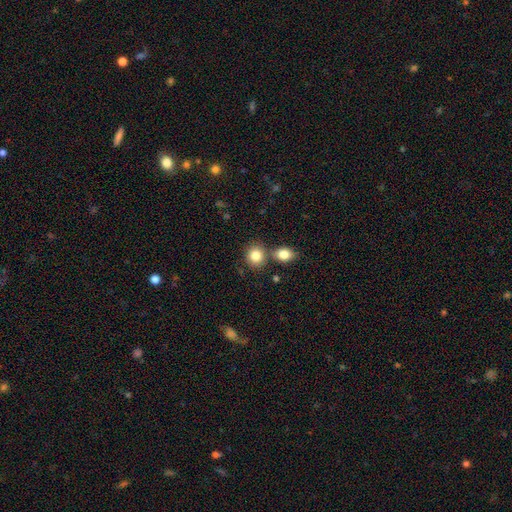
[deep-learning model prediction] smooth 84%, star or artifact 9%, featured or disk 7%. Down the decision tree: how rounded — round (75%); merging — none (64%).